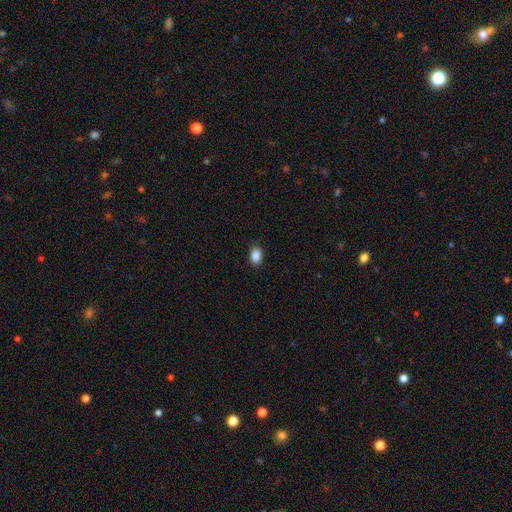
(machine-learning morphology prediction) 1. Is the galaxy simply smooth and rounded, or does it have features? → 88% smooth, 9% star or artifact, 4% featured or disk.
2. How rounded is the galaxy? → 82% in between, 17% round, 1% cigar-shaped.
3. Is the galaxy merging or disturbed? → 88% none, 9% minor disturbance, 2% major disturbance, 1% merger.